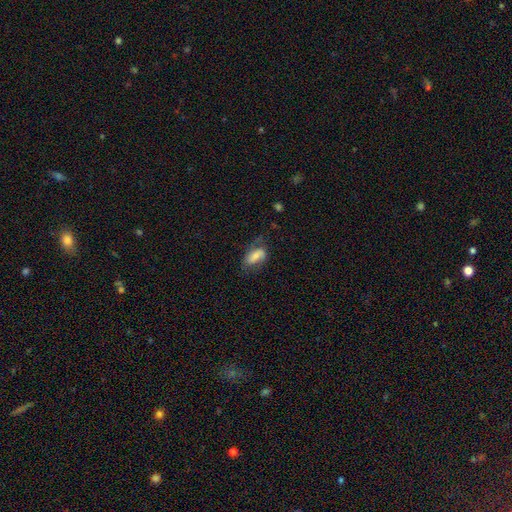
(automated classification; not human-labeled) Overall: smooth (56%; featured or disk 36%). How rounded: in between (90%). Merging: none (44%; minor disturbance 29%).